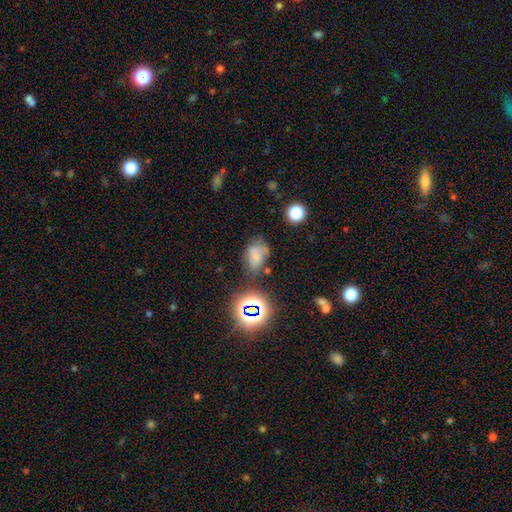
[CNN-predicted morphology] A smooth galaxy with no disk features (62%) that is in between round and cigar-shaped (80%). Merging: none (45%).